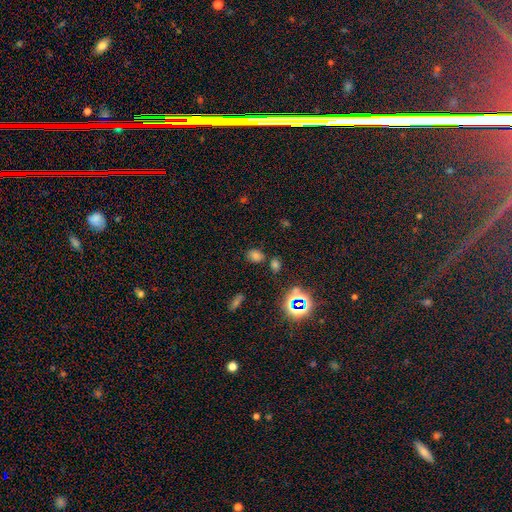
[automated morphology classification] Q: Smooth or featured?
A: smooth (65%); runner-up: star or artifact (27%)
Q: How rounded?
A: in between (66%); runner-up: round (33%)
Q: Merging?
A: none (76%); runner-up: minor disturbance (11%)